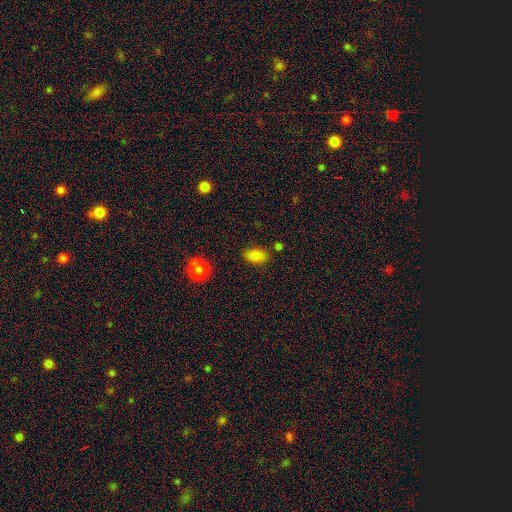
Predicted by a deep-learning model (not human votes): This is clearly a smooth galaxy (84%). How rounded: clearly in between (89%). Merging: clearly none (81%).